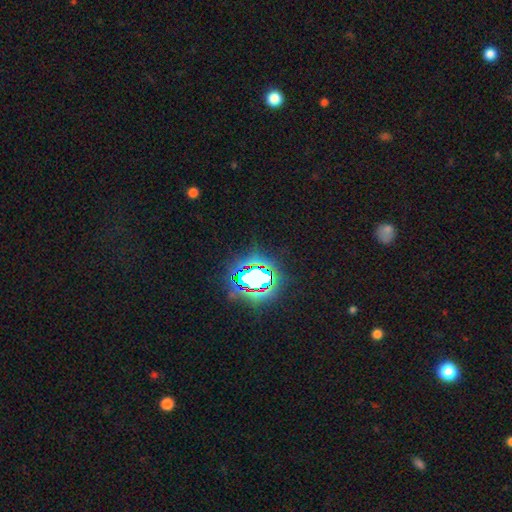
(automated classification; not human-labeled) The model was most divided on "smooth or featured": star or artifact: 83%, smooth: 11%, featured or disk: 7%.